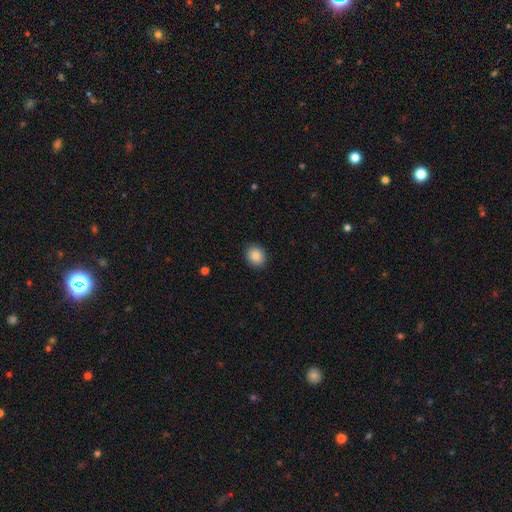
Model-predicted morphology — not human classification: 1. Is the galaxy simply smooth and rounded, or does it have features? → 86% smooth, 9% star or artifact, 5% featured or disk.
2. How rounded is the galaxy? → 63% round, 36% in between, 1% cigar-shaped.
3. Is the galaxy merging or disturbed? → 90% none, 7% minor disturbance, 2% major disturbance, 1% merger.